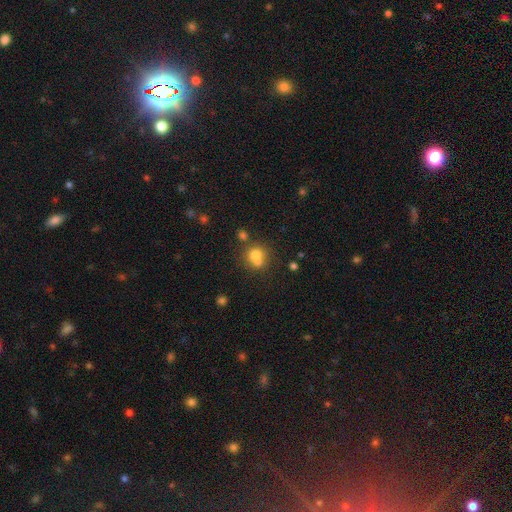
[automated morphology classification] This appears to be a smooth galaxy with no disk features (73%) that is round (78%). Merging: none (43%).